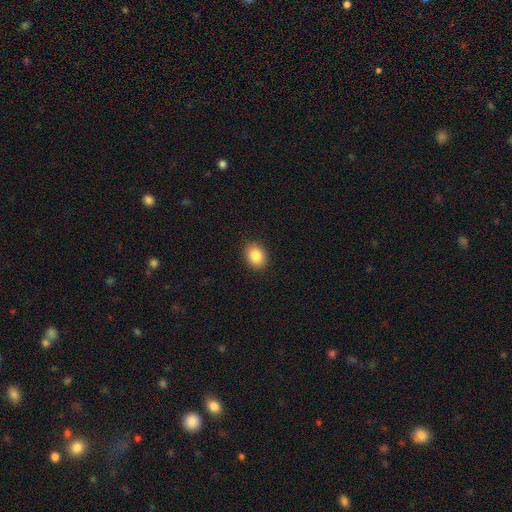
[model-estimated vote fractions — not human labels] smooth-or-featured: smooth: 86% | star or artifact: 9% | featured or disk: 5%
  how-rounded: in between: 57% | round: 42% | cigar-shaped: 1%
  merging: none: 89% | minor disturbance: 8% | major disturbance: 2% | merger: 1%